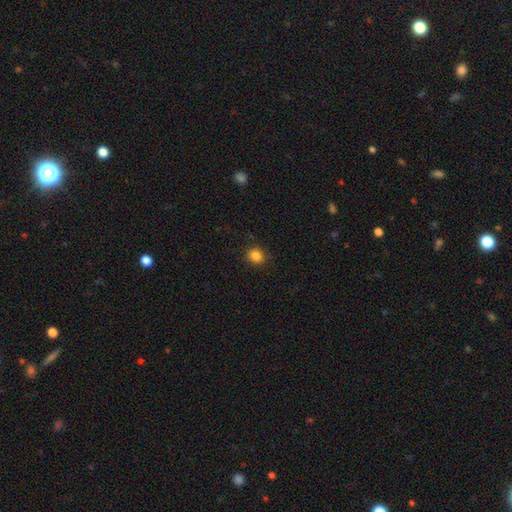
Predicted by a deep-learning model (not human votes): Smooth or featured? smooth (84%)
How rounded? round (78%)
Merging? none (87%)